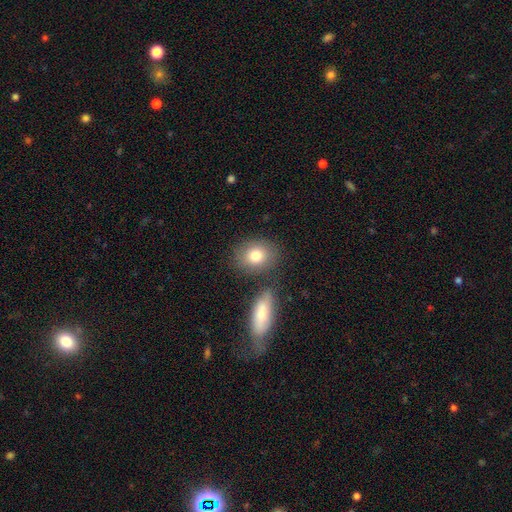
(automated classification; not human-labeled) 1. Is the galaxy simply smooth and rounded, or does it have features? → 80% smooth, 11% featured or disk, 9% star or artifact.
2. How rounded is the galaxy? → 61% round, 37% in between, 2% cigar-shaped.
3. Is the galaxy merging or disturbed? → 74% none, 11% minor disturbance, 11% merger, 4% major disturbance.